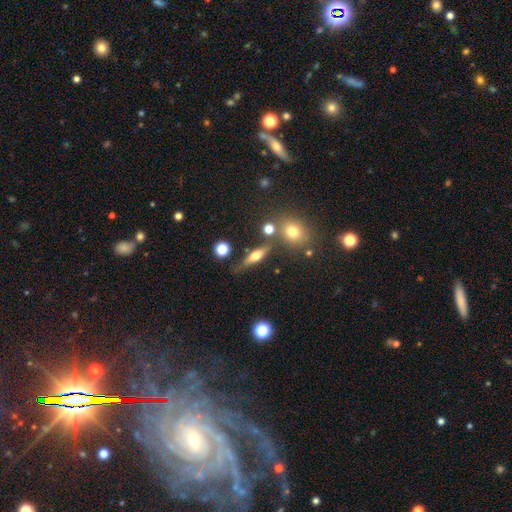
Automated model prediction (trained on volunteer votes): The model was most divided on "smooth or featured": featured or disk: 48%, smooth: 40%, star or artifact: 11%. More confident: merging — none (71%).